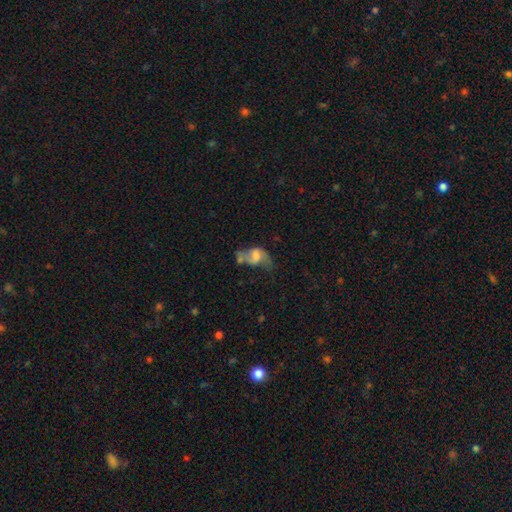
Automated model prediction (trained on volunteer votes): Overall: featured or disk (54%; smooth 37%). Edge-on disk: no (96%). Bar: no (50%; weak 39%). Spiral arms: yes (70%; no 30%). Bulge size: moderate (37%; small 24%). Merging: major disturbance (28%; none 27%).